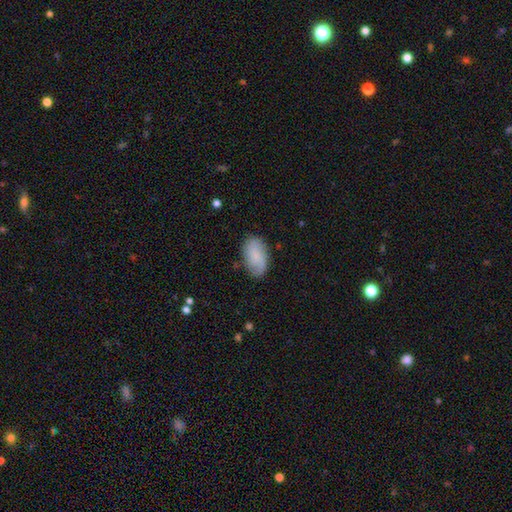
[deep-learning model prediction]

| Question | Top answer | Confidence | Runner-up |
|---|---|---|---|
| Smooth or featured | smooth | 67% | featured or disk (25%) |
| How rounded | in between | 93% | round (5%) |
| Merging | none | 77% | minor disturbance (17%) |